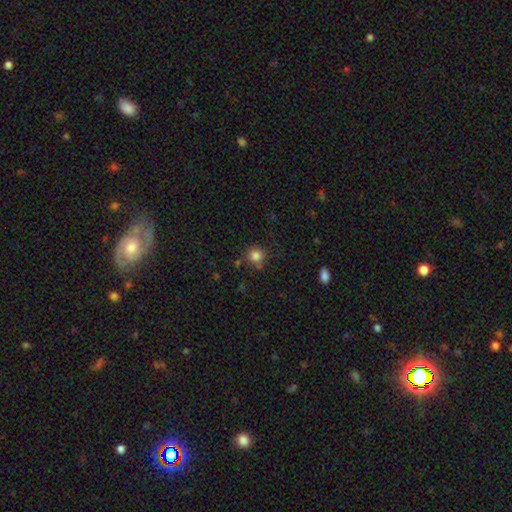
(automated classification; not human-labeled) smooth-or-featured: smooth: 83% | star or artifact: 12% | featured or disk: 5%
  how-rounded: round: 91% | in between: 8% | cigar-shaped: 1%
  merging: none: 78% | minor disturbance: 12% | merger: 6% | major disturbance: 4%